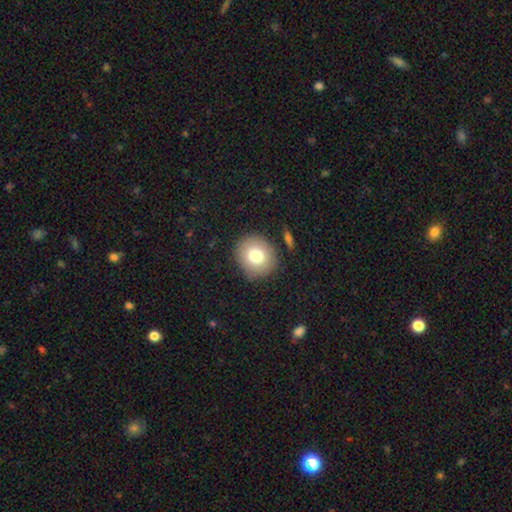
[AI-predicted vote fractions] smooth 76%, featured or disk 14%, star or artifact 10%. Down the decision tree: how rounded — round (84%); merging — none (86%).